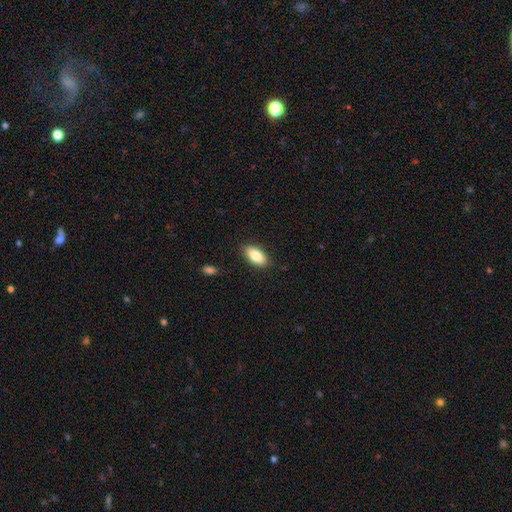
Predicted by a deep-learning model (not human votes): Smooth or featured?
  - smooth: 83% *
  - featured or disk: 10%
  - star or artifact: 7%
How rounded?
  - in between: 92% *
  - cigar-shaped: 5%
  - round: 3%
Merging?
  - none: 87% *
  - minor disturbance: 10%
  - major disturbance: 2%
  - merger: 1%